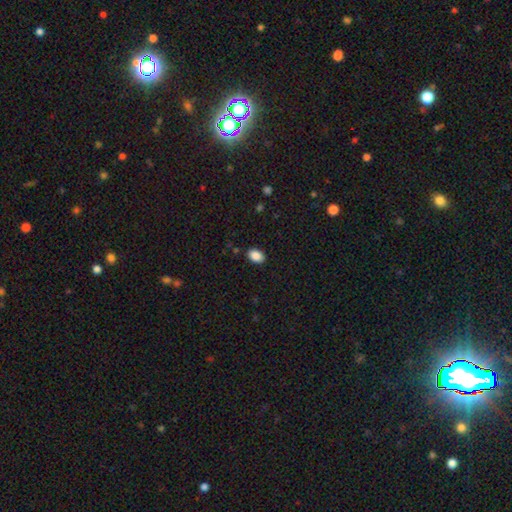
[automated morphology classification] Q: Smooth or featured?
A: smooth (89%); runner-up: star or artifact (8%)
Q: How rounded?
A: in between (83%); runner-up: round (16%)
Q: Merging?
A: none (88%); runner-up: minor disturbance (9%)